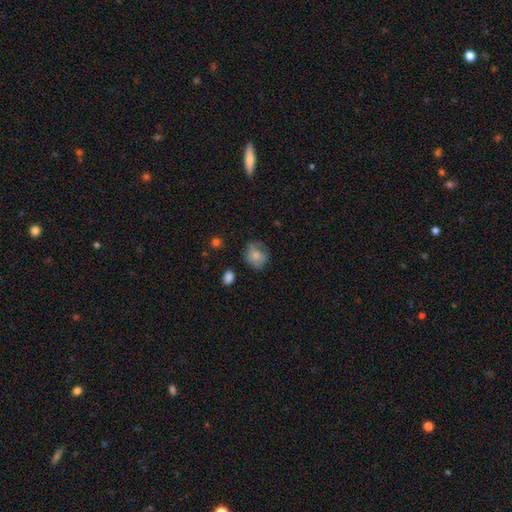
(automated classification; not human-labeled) smooth 79%, featured or disk 13%, star or artifact 9%. Down the decision tree: how rounded — round (67%); merging — none (65%).